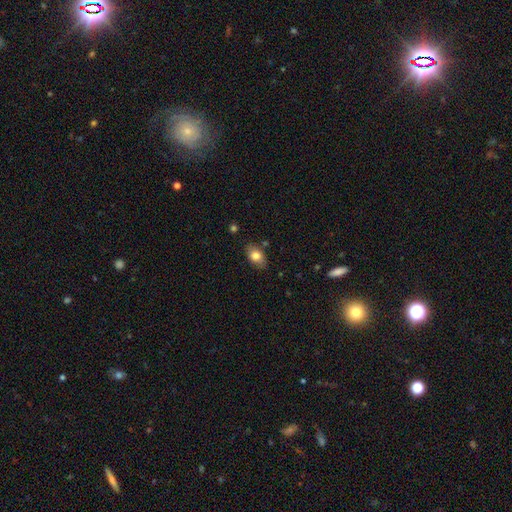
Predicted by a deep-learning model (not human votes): Smooth or featured? Predicted: smooth (p=0.80). How rounded? Predicted: in between (p=0.87). Merging? Predicted: none (p=0.82).